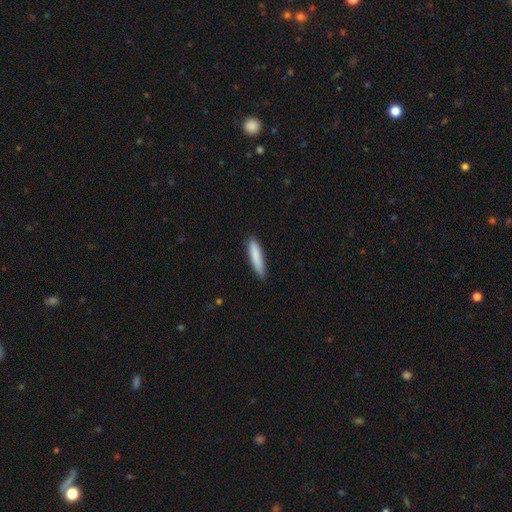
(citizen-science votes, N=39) Smooth or featured? smooth (82%)
How rounded? cigar-shaped (88%)
Merging? none (82%)